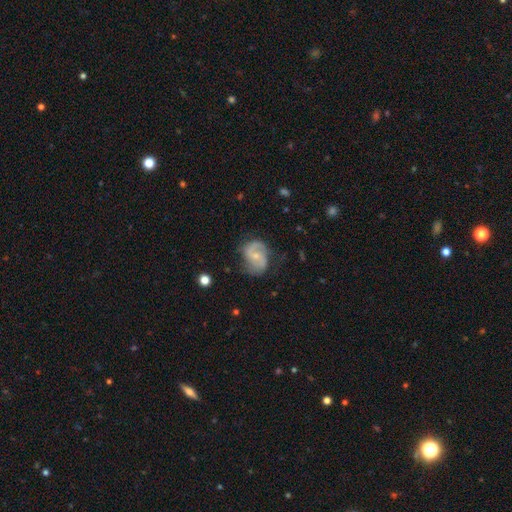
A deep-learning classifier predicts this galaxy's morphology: A featured or disk galaxy (70%) with no bar (49%), 2 (80%) medium (46%) spiral arms (88%) and a small central bulge (62%).

Vote fractions:
- Smooth or featured? featured or disk: 70% / smooth: 23% / star or artifact: 7%
- Edge-on disk? no: 97% / yes: 3%
- Bar? no: 49% / weak: 40% / strong: 11%
- Spiral arms? yes: 88% / no: 12%
- Spiral winding? medium: 46% / loose: 34% / tight: 20%
- Spiral arm count? 2: 80% / can't tell: 11% / 1: 5% / 3: 2% / 4: 1% / more than 4: 1%
- Bulge size? small: 62% / moderate: 32% / none: 4% / large: 1% / dominant: 1%
- Merging? none: 59% / minor disturbance: 26% / major disturbance: 13% / merger: 2%